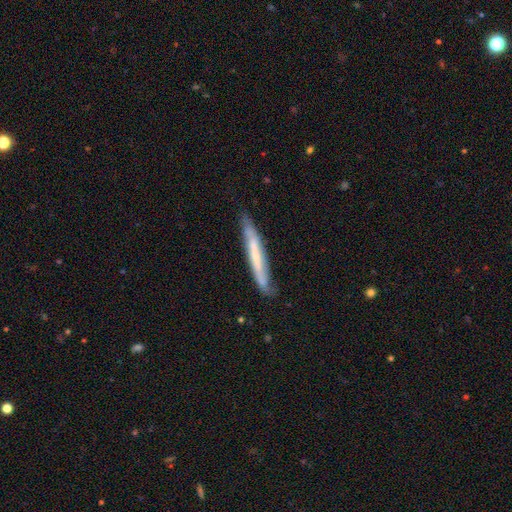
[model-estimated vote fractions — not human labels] Smooth or featured: featured or disk — 56% (smooth — 38%)
Edge-on disk: yes — 75% (no — 25%)
Merging: none — 74% (minor disturbance — 20%)